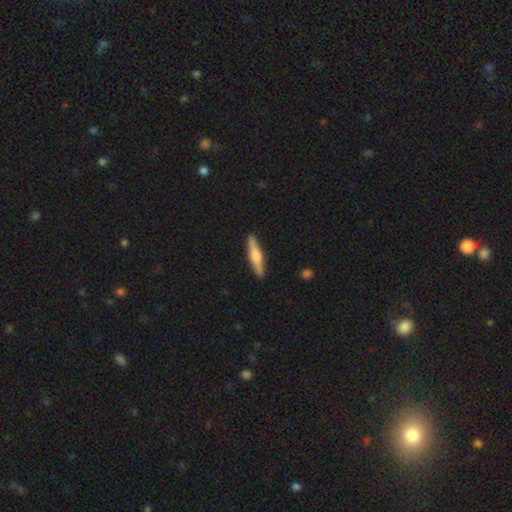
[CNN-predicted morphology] featured or disk 50%, smooth 45%, star or artifact 5%. Down the decision tree: merging — none (90%).